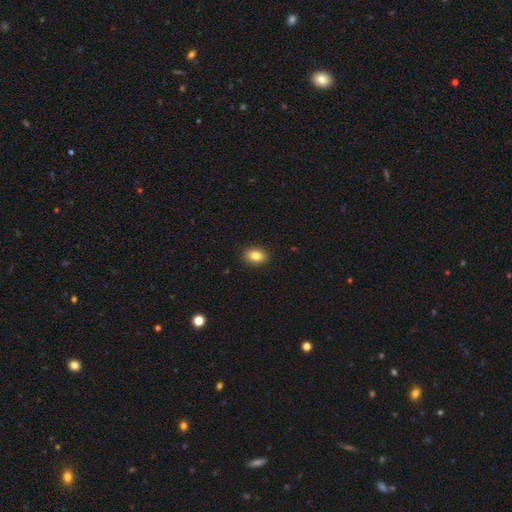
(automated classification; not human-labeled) Overall: smooth (86%). How rounded: in between (82%). Merging: none (90%).